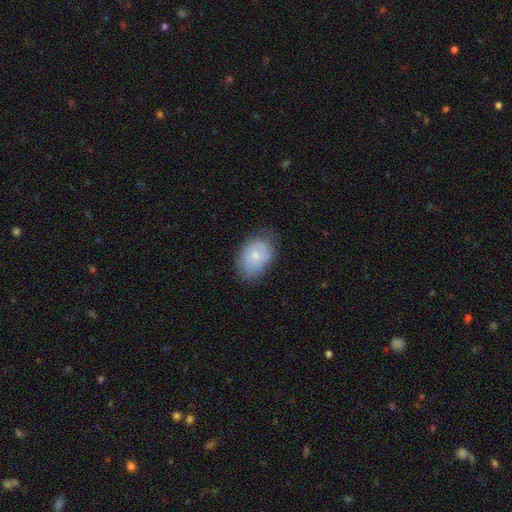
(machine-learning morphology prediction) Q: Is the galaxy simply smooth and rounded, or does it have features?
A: smooth — 65%.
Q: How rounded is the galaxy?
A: in between — 79%.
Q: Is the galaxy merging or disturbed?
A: none — 62%.